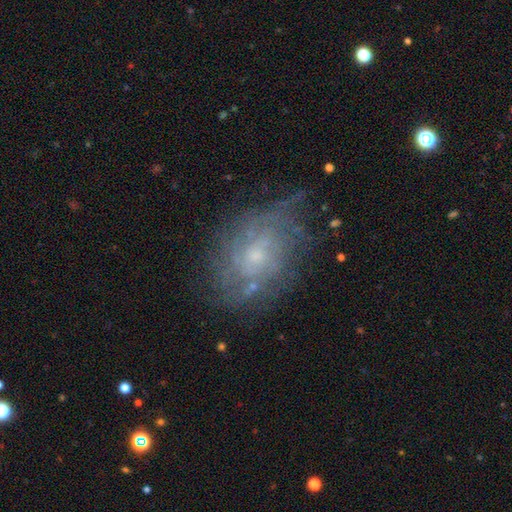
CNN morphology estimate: Smooth or featured?
  - featured or disk: 69% *
  - smooth: 21%
  - star or artifact: 10%
Edge-on disk?
  - no: 96% *
  - yes: 4%
Bar?
  - no: 76% *
  - weak: 21%
  - strong: 3%
Spiral arms?
  - yes: 74% *
  - no: 26%
Bulge size?
  - small: 62% *
  - moderate: 29%
  - none: 5%
  - large: 2%
  - dominant: 1%
Merging?
  - none: 64% *
  - minor disturbance: 22%
  - major disturbance: 11%
  - merger: 2%